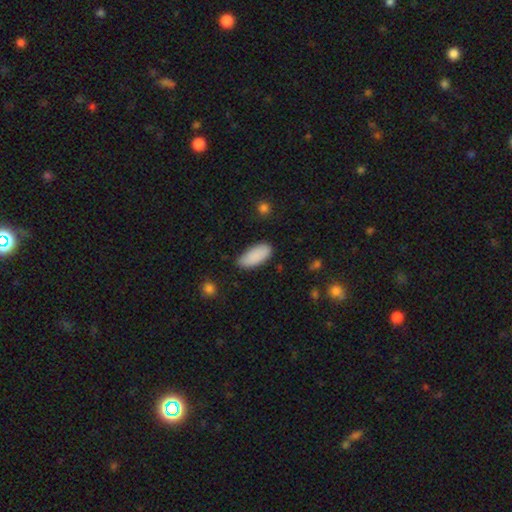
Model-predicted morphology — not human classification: Smooth or featured? smooth (88%)
How rounded? in between (88%)
Merging? none (79%)